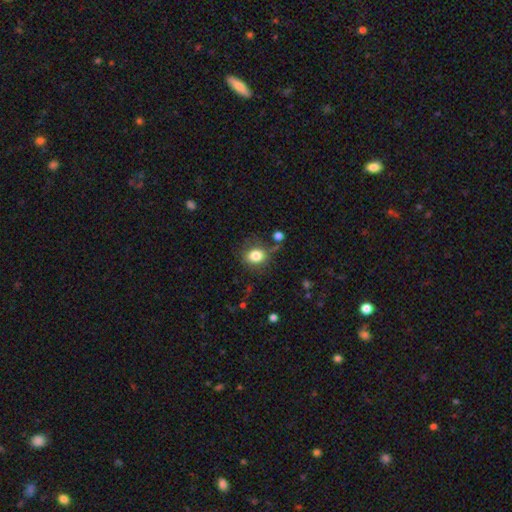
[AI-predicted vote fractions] This is clearly a smooth galaxy (82%). How rounded: possibly round (59%). Merging: likely none (72%).